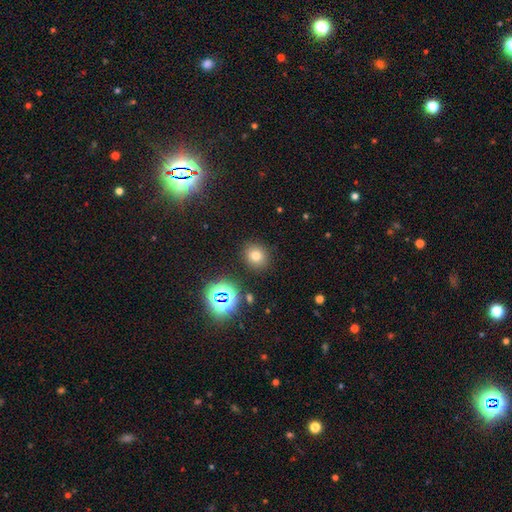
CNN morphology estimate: smooth-or-featured: smooth: 71% | star or artifact: 20% | featured or disk: 9%
  how-rounded: round: 79% | in between: 20% | cigar-shaped: 1%
  merging: none: 87% | minor disturbance: 8% | major disturbance: 3% | merger: 2%